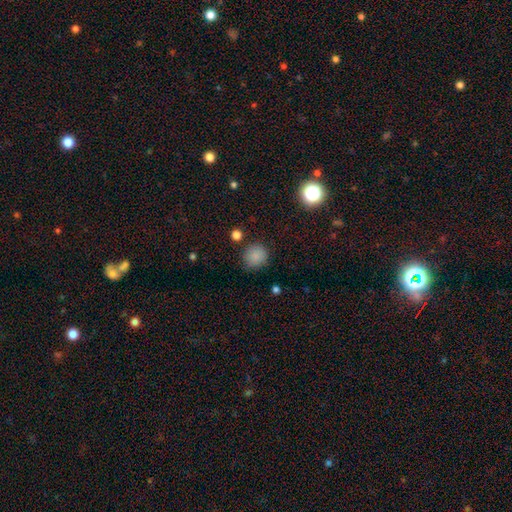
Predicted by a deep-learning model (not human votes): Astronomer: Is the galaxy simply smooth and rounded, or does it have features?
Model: smooth — 85%.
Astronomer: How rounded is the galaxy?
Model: round — 89%.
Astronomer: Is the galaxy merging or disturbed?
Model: none — 85%.